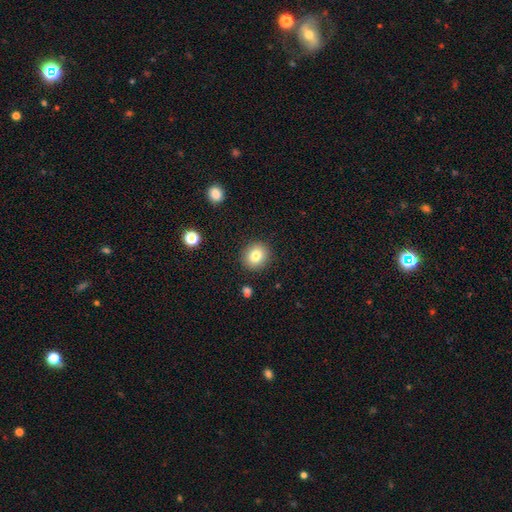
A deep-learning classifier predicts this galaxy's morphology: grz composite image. It shows a smooth galaxy with no disk features (81%) that is round (80%). Merging: none (89%).